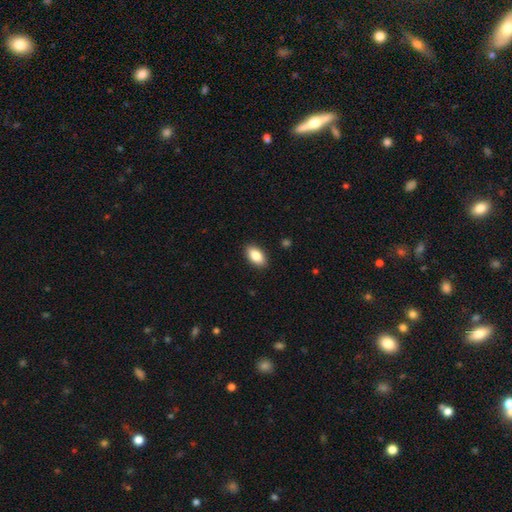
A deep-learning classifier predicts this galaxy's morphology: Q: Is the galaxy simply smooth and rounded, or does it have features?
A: smooth — 86%.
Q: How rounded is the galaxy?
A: in between — 92%.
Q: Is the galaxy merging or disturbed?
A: none — 89%.